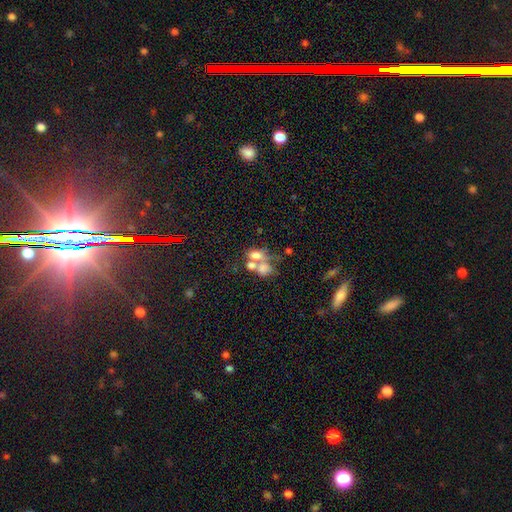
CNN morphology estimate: smooth-or-featured: smooth: 60% | featured or disk: 26% | star or artifact: 14%
  how-rounded: in between: 69% | round: 28% | cigar-shaped: 3%
  merging: merger: 61% | none: 22% | major disturbance: 10% | minor disturbance: 8%